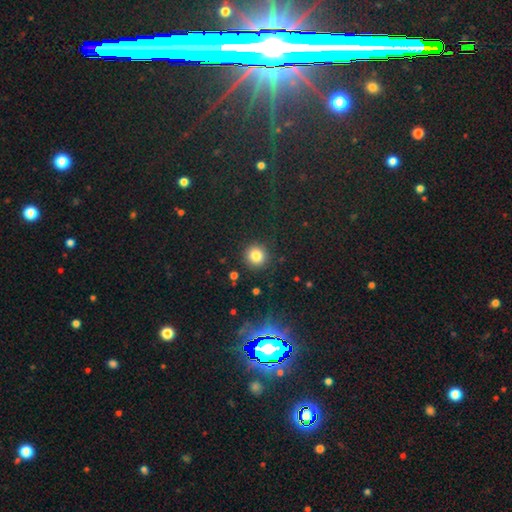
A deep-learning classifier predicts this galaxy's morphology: Smooth or featured: smooth — 82% (star or artifact — 13%)
How rounded: round — 92% (in between — 7%)
Merging: none — 90% (minor disturbance — 6%)